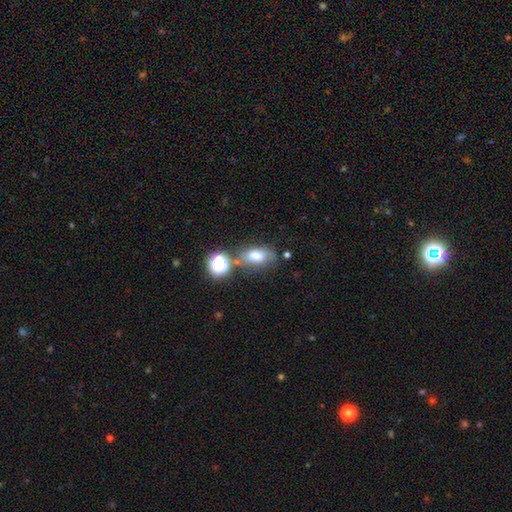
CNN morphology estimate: Smooth or featured? smooth (65%)
How rounded? in between (79%)
Merging? none (54%)